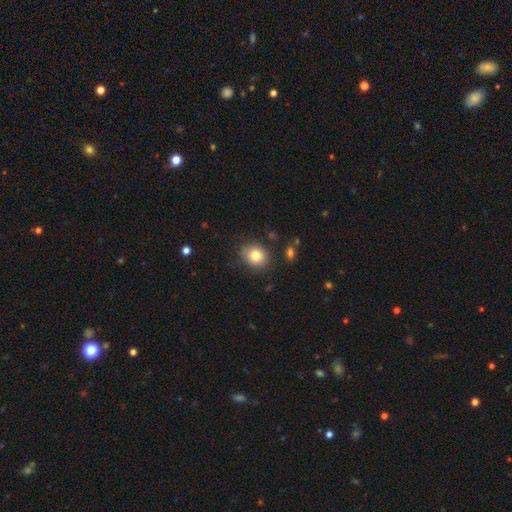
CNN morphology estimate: A smooth galaxy with no disk features (81%) that is round (64%). Merging: none (81%).